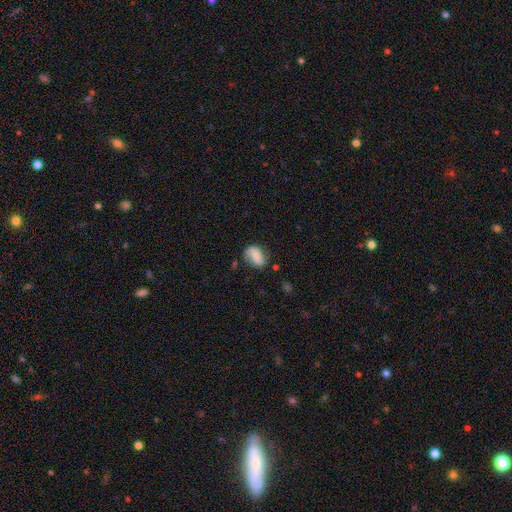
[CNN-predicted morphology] A smooth galaxy with no disk features (54%) that is in between round and cigar-shaped (78%).

Vote fractions:
- Smooth or featured? smooth: 54% / featured or disk: 36% / star or artifact: 10%
- How rounded? in between: 78% / round: 20% / cigar-shaped: 3%
- Merging? none: 60% / minor disturbance: 26% / major disturbance: 10% / merger: 4%